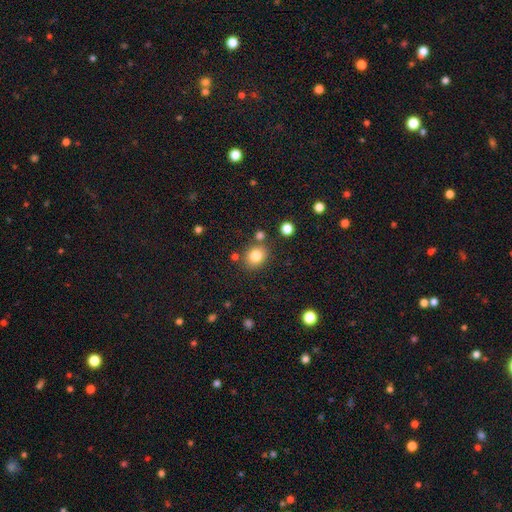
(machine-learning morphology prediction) Q: Smooth or featured?
A: smooth (82%); runner-up: star or artifact (11%)
Q: How rounded?
A: round (66%); runner-up: in between (33%)
Q: Merging?
A: none (78%); runner-up: minor disturbance (11%)